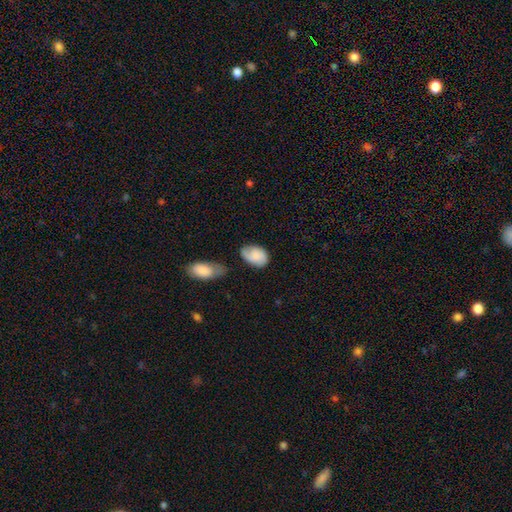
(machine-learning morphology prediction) This appears to be a smooth galaxy with no disk features (71%) that is in between round and cigar-shaped (86%). Merging: none (50%).